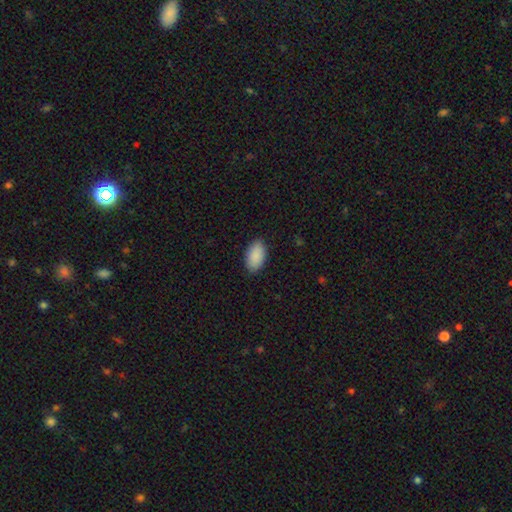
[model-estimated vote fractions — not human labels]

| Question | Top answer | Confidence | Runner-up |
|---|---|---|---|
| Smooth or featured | smooth | 91% | star or artifact (6%) |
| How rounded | in between | 95% | round (3%) |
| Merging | none | 87% | minor disturbance (10%) |